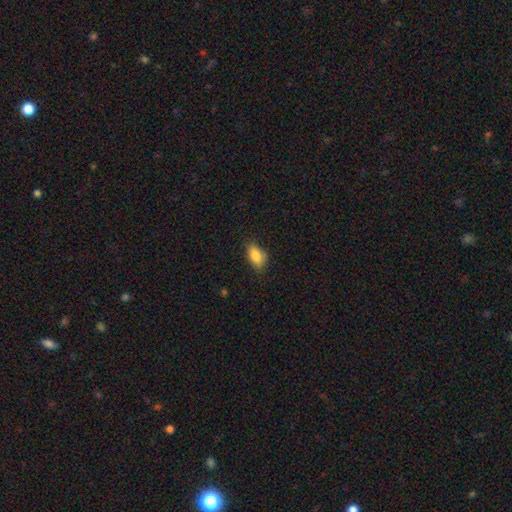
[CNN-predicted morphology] type=smooth (83%); roundness=in between (89%); merging=none (73%).